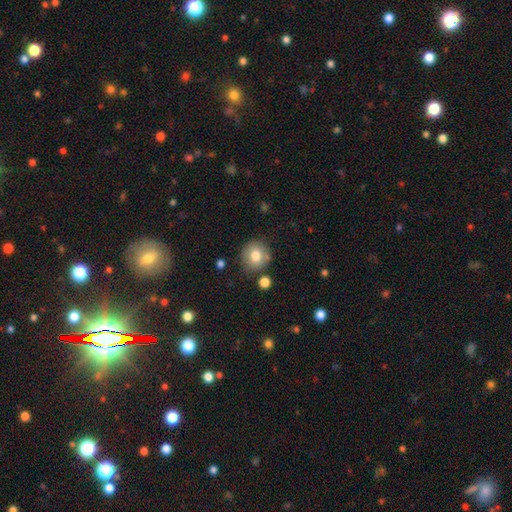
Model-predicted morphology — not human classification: type=smooth (78%); roundness=round (86%); merging=none (79%).